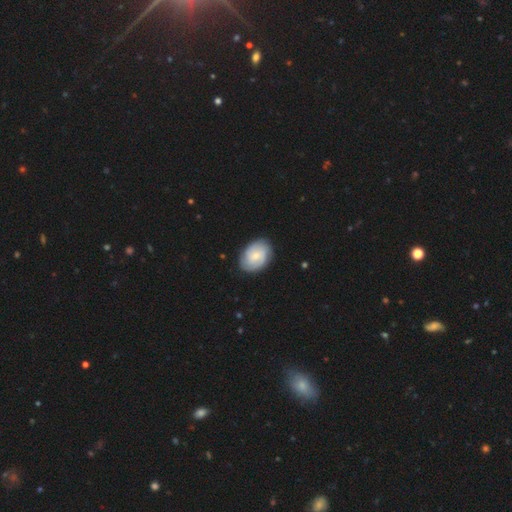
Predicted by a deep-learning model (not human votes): smooth-or-featured: featured or disk: 57% | smooth: 37% | star or artifact: 6%
  disk-edge-on: no: 97% | yes: 3%
    bar: no: 59% | weak: 35% | strong: 5%
    has-spiral-arms: yes: 91% | no: 9%
    bulge-size: small: 64% | moderate: 29% | none: 4% | large: 2% | dominant: 1%
  merging: none: 83% | minor disturbance: 13% | major disturbance: 3% | merger: 1%